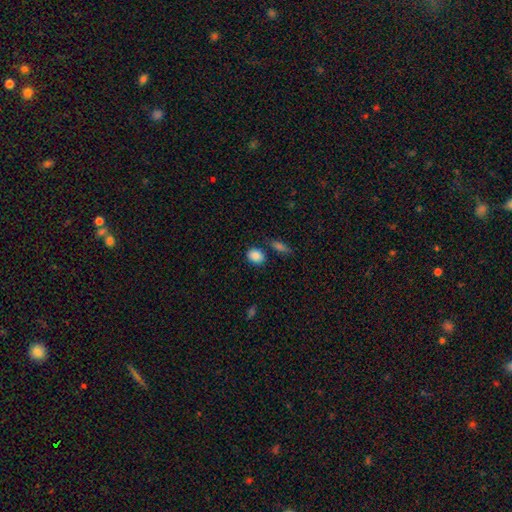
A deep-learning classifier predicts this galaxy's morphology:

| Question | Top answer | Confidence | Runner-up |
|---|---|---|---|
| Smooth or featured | smooth | 87% | star or artifact (8%) |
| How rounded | in between | 57% | round (41%) |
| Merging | none | 76% | minor disturbance (13%) |